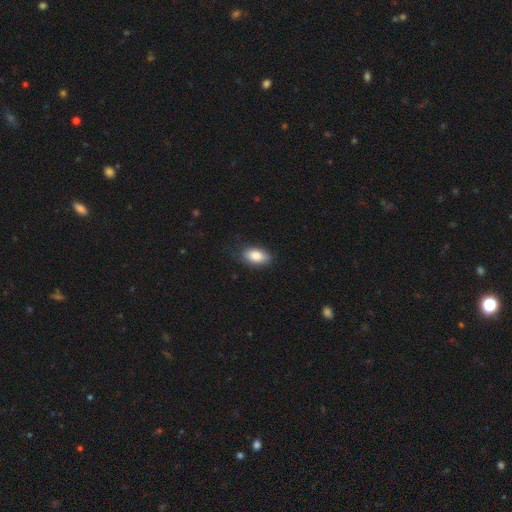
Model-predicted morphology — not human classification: Smooth or featured: smooth — 85% (featured or disk — 9%)
How rounded: in between — 92% (round — 6%)
Merging: none — 75% (minor disturbance — 19%)